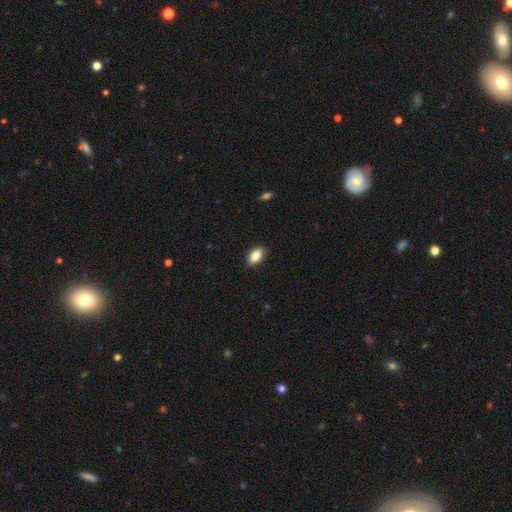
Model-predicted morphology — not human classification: type=smooth (86%); roundness=in between (90%); merging=none (85%).